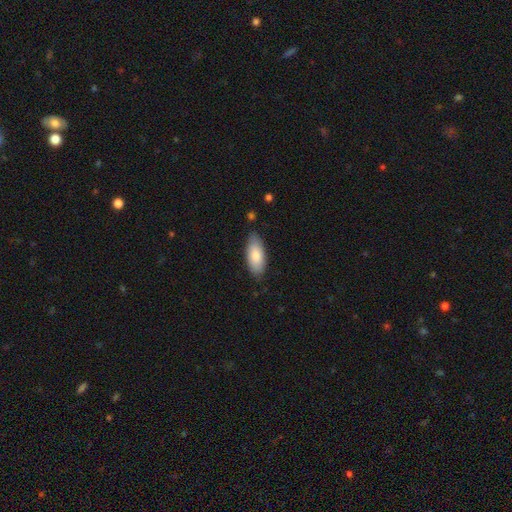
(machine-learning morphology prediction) A smooth galaxy with no disk features (81%) that is in between round and cigar-shaped (87%).

Vote fractions:
- Smooth or featured? smooth: 81% / featured or disk: 13% / star or artifact: 6%
- How rounded? in between: 87% / cigar-shaped: 12% / round: 2%
- Merging? none: 80% / minor disturbance: 16% / major disturbance: 3% / merger: 2%